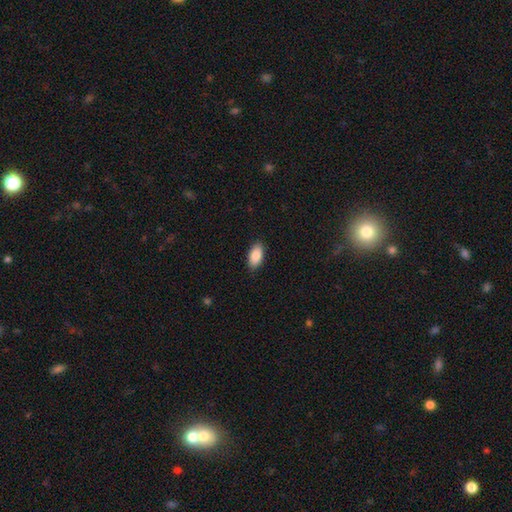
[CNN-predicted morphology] A smooth galaxy with no disk features (89%) that is in between round and cigar-shaped (93%). Merging: none (88%).